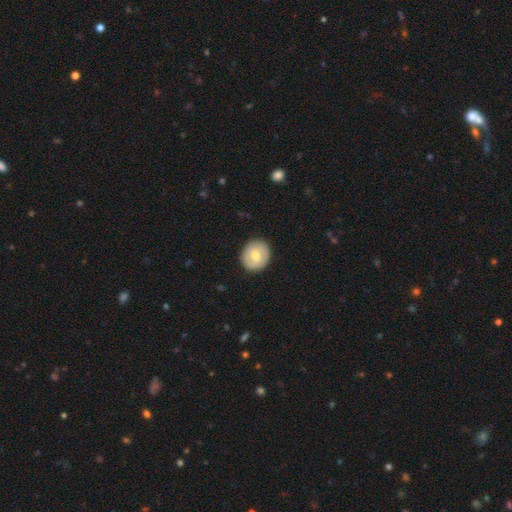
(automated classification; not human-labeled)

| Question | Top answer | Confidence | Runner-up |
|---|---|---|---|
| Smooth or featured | smooth | 65% | featured or disk (29%) |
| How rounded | round | 81% | in between (18%) |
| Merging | none | 89% | minor disturbance (8%) |